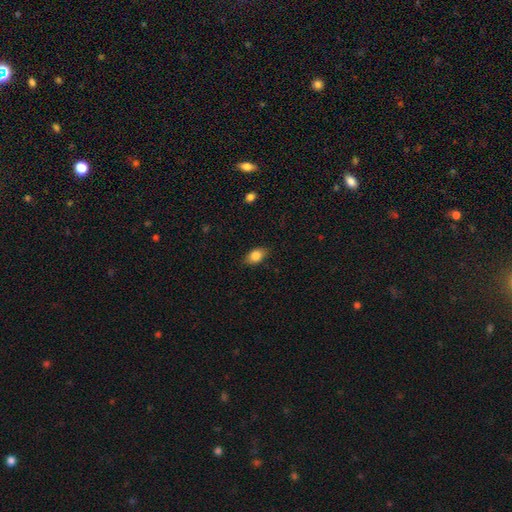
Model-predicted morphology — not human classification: Q: Smooth or featured?
A: smooth (83%); runner-up: featured or disk (9%)
Q: How rounded?
A: in between (84%); runner-up: round (14%)
Q: Merging?
A: none (83%); runner-up: minor disturbance (13%)